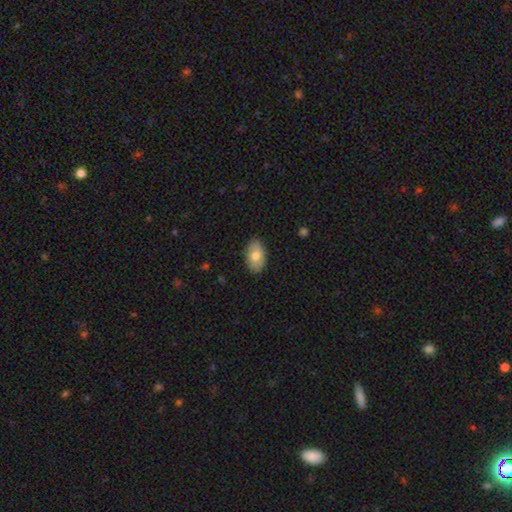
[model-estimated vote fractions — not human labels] smooth 76%, featured or disk 18%, star or artifact 6%. Down the decision tree: how rounded — in between (92%); merging — none (85%).